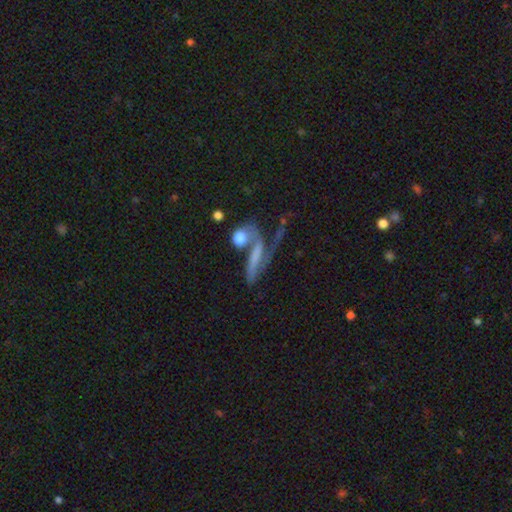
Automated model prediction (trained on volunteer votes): featured or disk 46%, smooth 42%, star or artifact 12%. Down the decision tree: merging — merger (31%, tied with none).